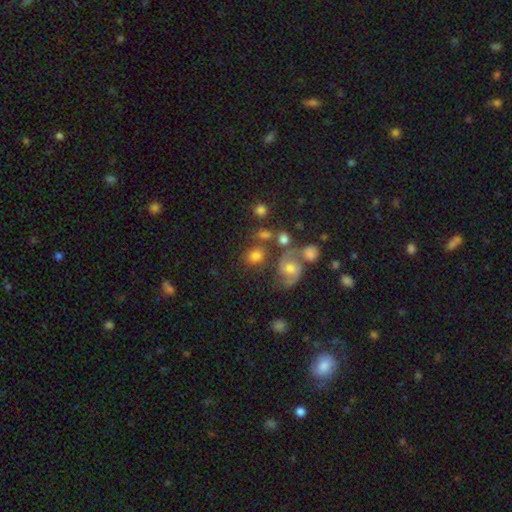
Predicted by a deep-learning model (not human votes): A smooth galaxy with no disk features (66%) that is round (58%).

Vote fractions:
- Smooth or featured? smooth: 66% / featured or disk: 23% / star or artifact: 11%
- How rounded? round: 58% / in between: 41% / cigar-shaped: 2%
- Merging? none: 60% / merger: 18% / minor disturbance: 15% / major disturbance: 7%